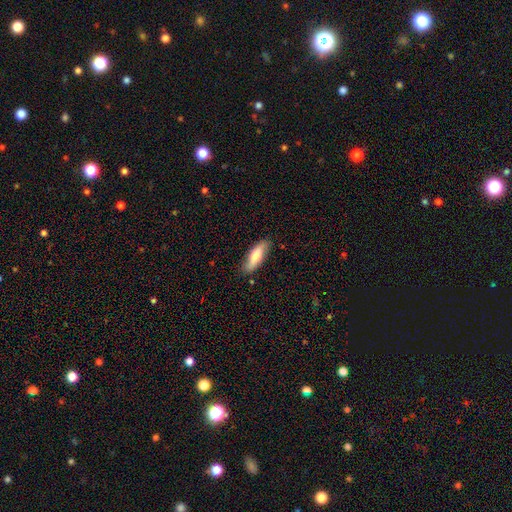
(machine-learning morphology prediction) smooth_or_featured: smooth (p=0.65) [alt: featured or disk p=0.29]
how_rounded: in between (p=0.52) [alt: cigar-shaped p=0.46]
merging: none (p=0.83) [alt: minor disturbance p=0.13]